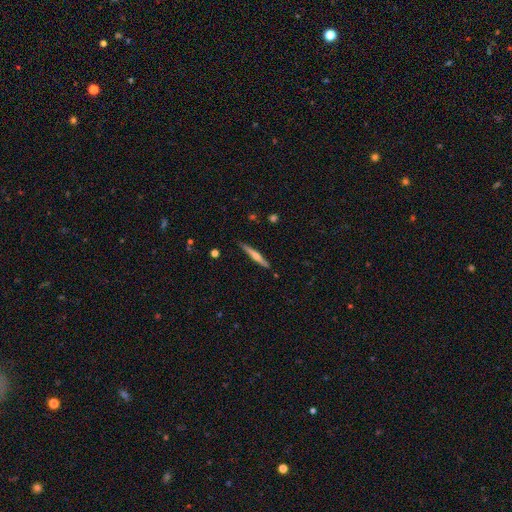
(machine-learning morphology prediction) Smooth or featured: featured or disk — 62% (smooth — 32%)
Edge-on disk: yes — 98% (no — 2%)
Edge-on bulge: rounded — 82% (none — 12%)
Merging: none — 89% (minor disturbance — 8%)